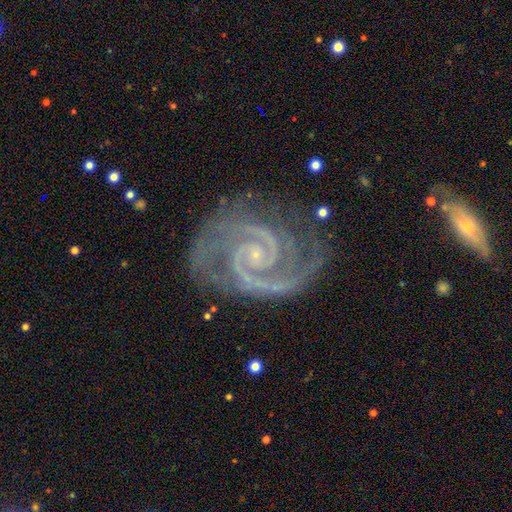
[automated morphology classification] smooth_or_featured: featured or disk (p=0.94) [alt: star or artifact p=0.04]
disk_edge_on: no (p=0.98) [alt: yes p=0.02]
bar: no (p=0.53) [alt: weak p=0.34]
has_spiral_arms: yes (p=0.99) [alt: no p=0.01]
spiral_winding: tight (p=0.58) [alt: medium p=0.38]
spiral_arm_count: 2 (p=0.88) [alt: 3 p=0.05]
bulge_size: small (p=0.80) [alt: moderate p=0.10]
merging: none (p=0.74) [alt: minor disturbance p=0.18]